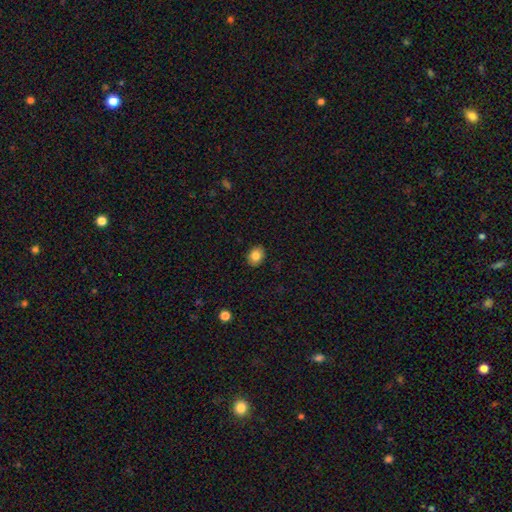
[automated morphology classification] Overall: smooth (83%). How rounded: in between (60%; round 39%). Merging: none (89%).